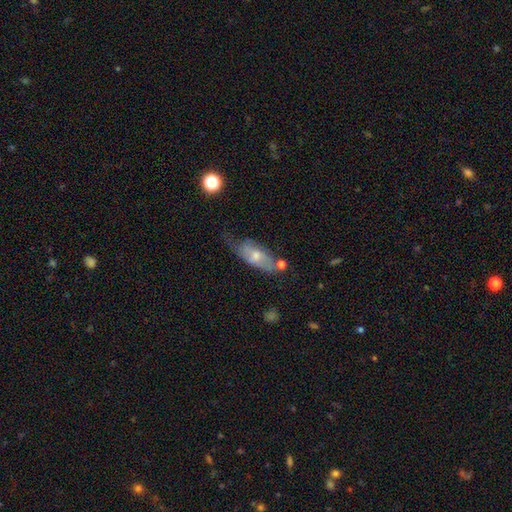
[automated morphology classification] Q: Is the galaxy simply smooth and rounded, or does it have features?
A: featured or disk — 46%.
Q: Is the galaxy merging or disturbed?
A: none — 46%.